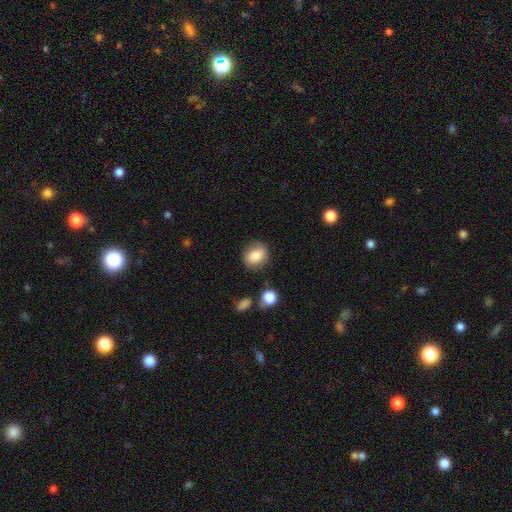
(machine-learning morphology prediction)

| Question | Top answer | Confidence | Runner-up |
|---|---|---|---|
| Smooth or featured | smooth | 81% | featured or disk (10%) |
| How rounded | round | 53% | in between (46%) |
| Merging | none | 80% | minor disturbance (14%) |